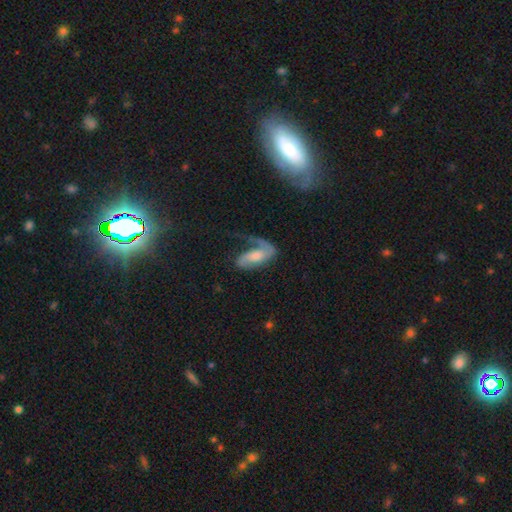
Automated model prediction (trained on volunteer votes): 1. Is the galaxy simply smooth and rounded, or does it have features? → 75% featured or disk, 18% smooth, 8% star or artifact.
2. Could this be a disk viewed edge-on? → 95% no, 5% yes.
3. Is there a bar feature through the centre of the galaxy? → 47% no, 36% weak, 17% strong.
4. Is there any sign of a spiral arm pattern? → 93% yes, 7% no.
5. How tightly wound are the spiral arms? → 42% medium, 37% loose, 21% tight.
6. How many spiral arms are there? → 53% 2, 41% 1, 4% can't tell, 1% 3, 1% 4, 1% more than 4.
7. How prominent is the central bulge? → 39% moderate, 28% small, 16% large, 14% none, 3% dominant.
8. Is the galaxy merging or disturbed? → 41% none, 34% major disturbance, 20% minor disturbance, 5% merger.